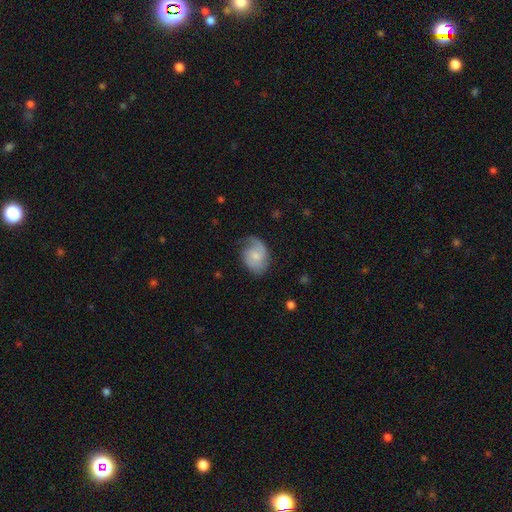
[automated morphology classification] A featured or disk galaxy (54%) with no bar (69%), spiral arms (89%) and a small central bulge (47%).

Vote fractions:
- Smooth or featured? featured or disk: 54% / smooth: 39% / star or artifact: 6%
- Edge-on disk? no: 97% / yes: 3%
- Bar? no: 69% / weak: 28% / strong: 3%
- Spiral arms? yes: 89% / no: 11%
- Bulge size? small: 47% / moderate: 38% / none: 9% / large: 4% / dominant: 1%
- Merging? none: 53% / minor disturbance: 29% / major disturbance: 16% / merger: 1%